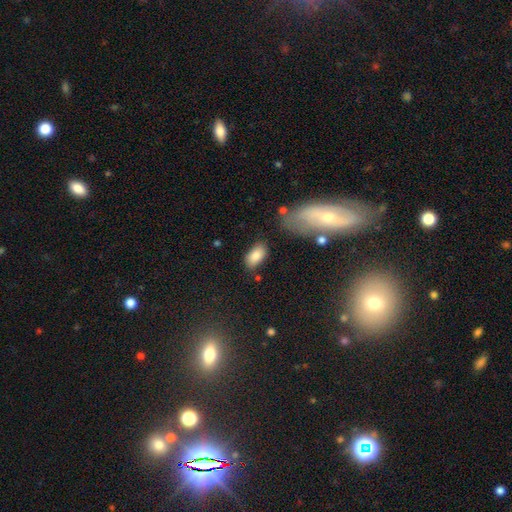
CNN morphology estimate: A smooth galaxy with no disk features (85%) that is in between round and cigar-shaped (93%). Merging: none (76%).